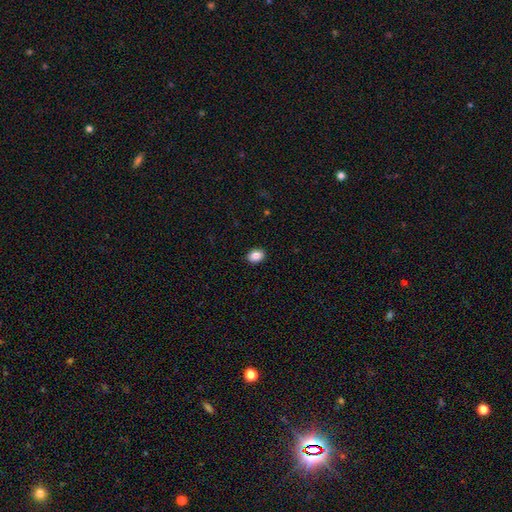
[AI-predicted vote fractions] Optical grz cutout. It shows a smooth galaxy with no disk features (88%) that is in between round and cigar-shaped (64%). Merging: none (91%).